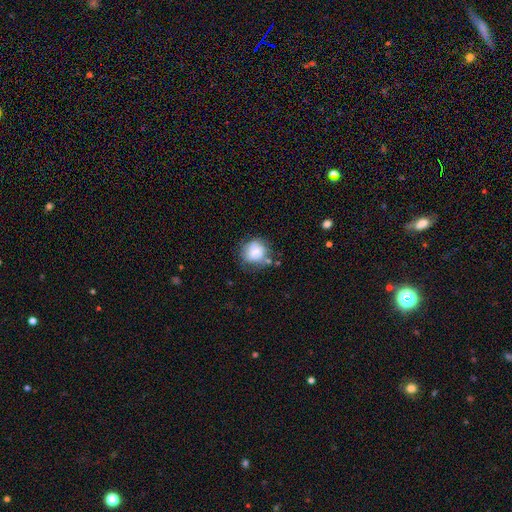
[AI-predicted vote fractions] smooth 70%, featured or disk 20%, star or artifact 10%. Down the decision tree: how rounded — round (86%); merging — none (64%).